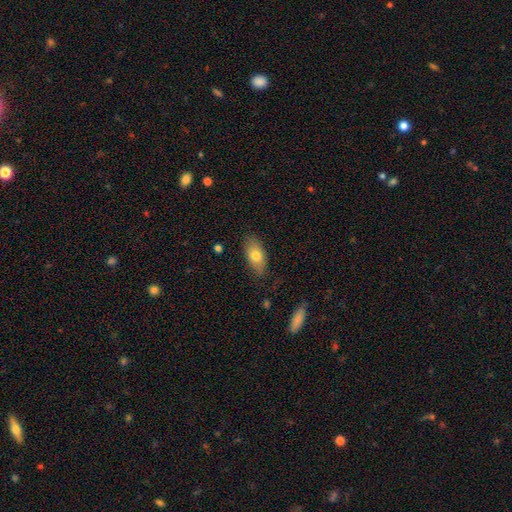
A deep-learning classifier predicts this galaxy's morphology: This appears to be a smooth galaxy with no disk features (74%) that is in between round and cigar-shaped (87%). Merging: none (82%).